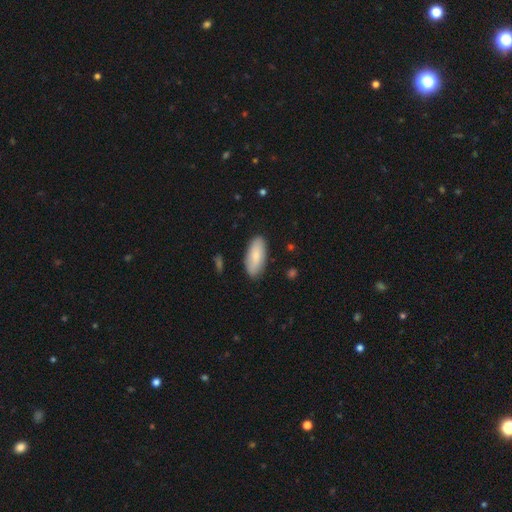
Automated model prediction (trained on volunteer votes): This is clearly a smooth galaxy (81%). How rounded: clearly in between (87%). Merging: clearly none (86%).